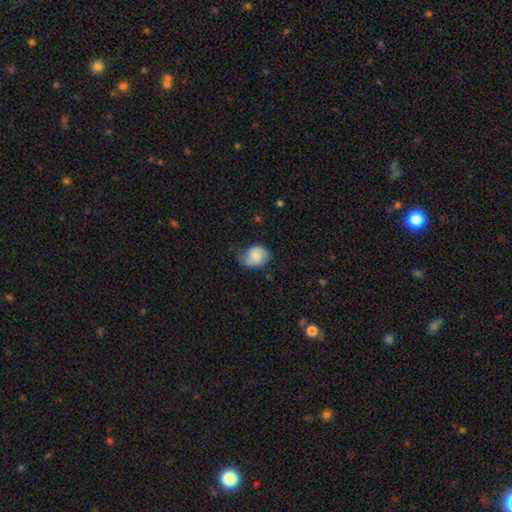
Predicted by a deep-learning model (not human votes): The model was most divided on "how rounded": in between: 51%, round: 48%, cigar-shaped: 1%. Remaining: smooth or featured — smooth (66%); merging — none (46%).